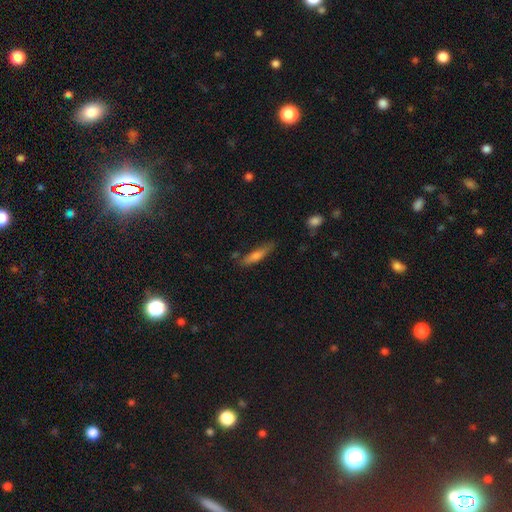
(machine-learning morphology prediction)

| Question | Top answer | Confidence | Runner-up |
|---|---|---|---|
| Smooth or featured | smooth | 54% | featured or disk (36%) |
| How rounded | cigar-shaped | 83% | in between (15%) |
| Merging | none | 75% | minor disturbance (18%) |